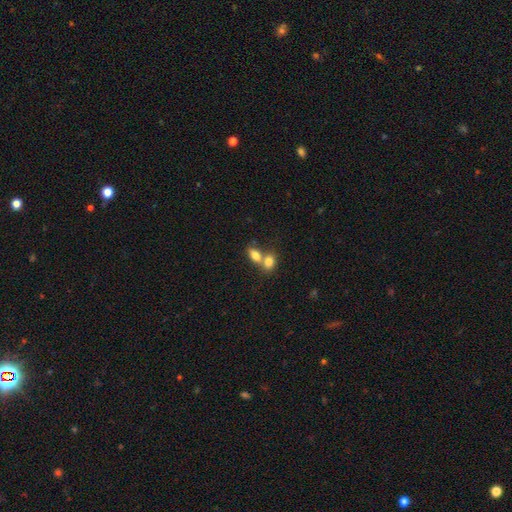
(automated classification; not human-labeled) Q: Smooth or featured?
A: smooth (80%); runner-up: featured or disk (12%)
Q: How rounded?
A: in between (81%); runner-up: round (16%)
Q: Merging?
A: merger (64%); runner-up: none (27%)